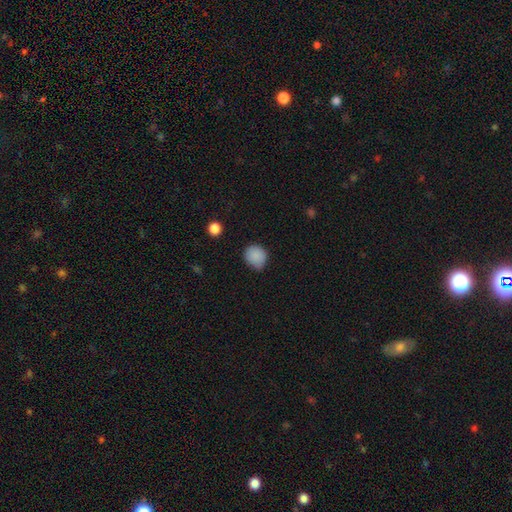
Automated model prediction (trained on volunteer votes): smooth 87%, star or artifact 9%, featured or disk 4%. Down the decision tree: how rounded — round (81%); merging — none (68%).